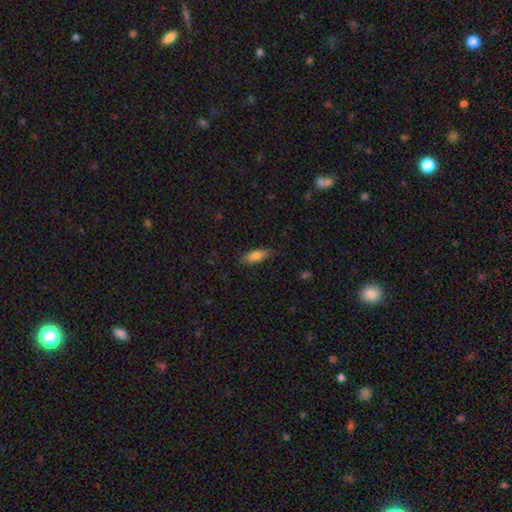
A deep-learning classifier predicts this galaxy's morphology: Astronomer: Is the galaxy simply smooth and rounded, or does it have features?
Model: smooth — 77%.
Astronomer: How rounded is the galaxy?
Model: in between — 63%.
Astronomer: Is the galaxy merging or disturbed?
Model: none — 83%.